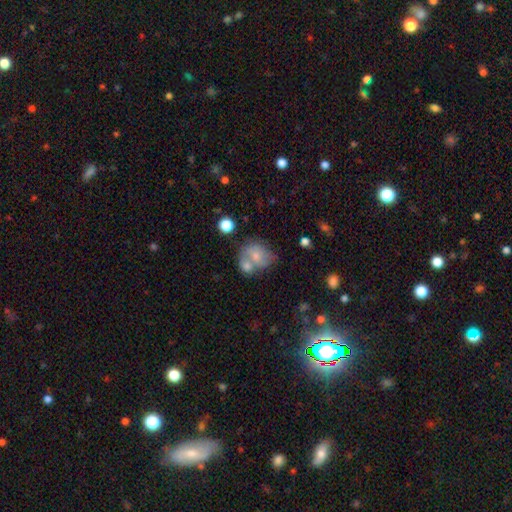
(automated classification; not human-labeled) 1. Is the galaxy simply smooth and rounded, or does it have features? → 70% smooth, 22% featured or disk, 8% star or artifact.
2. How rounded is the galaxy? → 57% round, 42% in between, 1% cigar-shaped.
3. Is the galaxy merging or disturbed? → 51% merger, 28% none, 13% minor disturbance, 8% major disturbance.